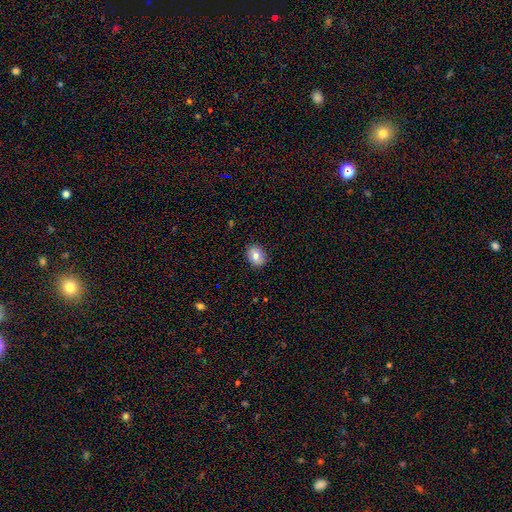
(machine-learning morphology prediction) Smooth or featured: smooth — 79% (featured or disk — 12%)
How rounded: in between — 56% (round — 43%)
Merging: none — 88% (minor disturbance — 9%)